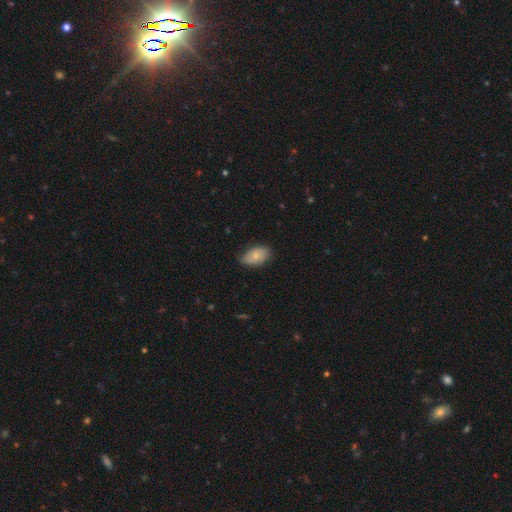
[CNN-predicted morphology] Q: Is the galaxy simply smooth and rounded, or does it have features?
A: smooth — 75%.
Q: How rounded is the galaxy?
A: in between — 92%.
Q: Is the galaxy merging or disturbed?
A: none — 70%.